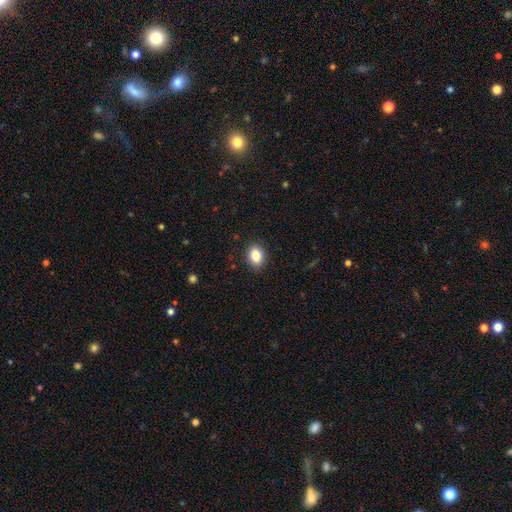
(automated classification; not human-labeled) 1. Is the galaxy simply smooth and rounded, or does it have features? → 85% smooth, 9% star or artifact, 6% featured or disk.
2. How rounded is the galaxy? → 71% in between, 27% round, 1% cigar-shaped.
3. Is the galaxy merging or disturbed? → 89% none, 8% minor disturbance, 2% major disturbance, 1% merger.